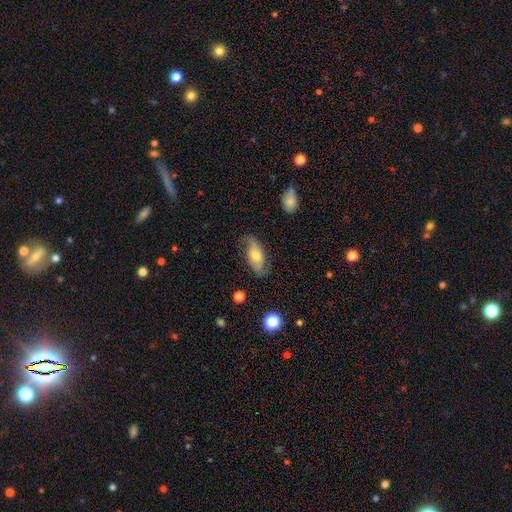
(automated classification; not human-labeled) Smooth or featured? Predicted: smooth (p=0.47). Merging? Predicted: none (p=0.67).